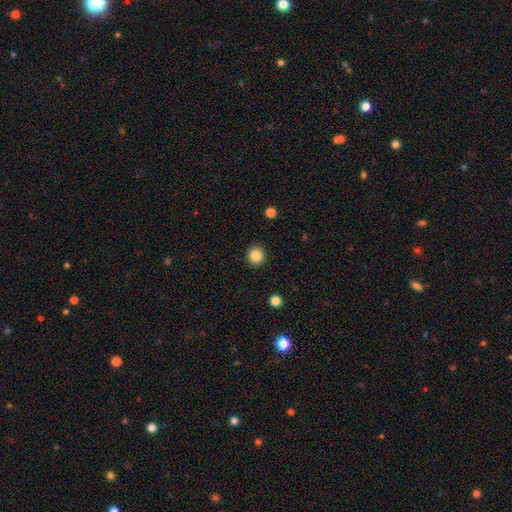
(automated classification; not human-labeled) Morphology: type=smooth (86%); roundness=round (93%); merging=none (92%).